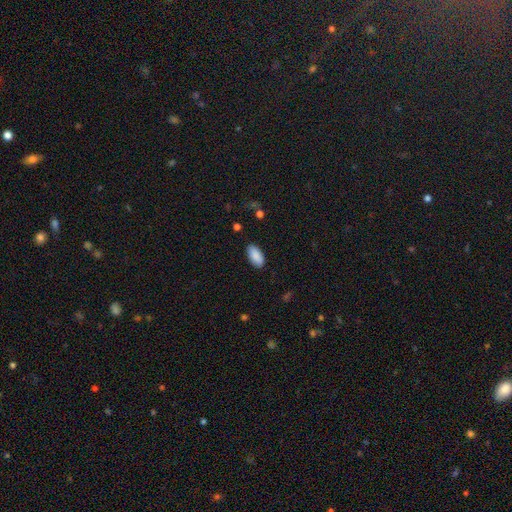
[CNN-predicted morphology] A smooth galaxy with no disk features (89%) that is in between round and cigar-shaped (94%).

Vote fractions:
- Smooth or featured? smooth: 89% / star or artifact: 6% / featured or disk: 4%
- How rounded? in between: 94% / cigar-shaped: 4% / round: 2%
- Merging? none: 87% / minor disturbance: 10% / major disturbance: 2% / merger: 1%